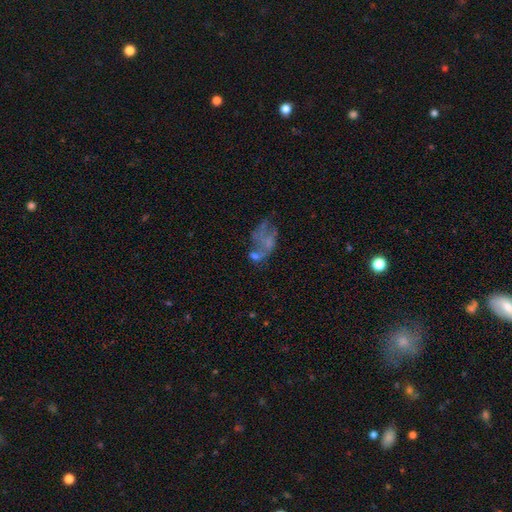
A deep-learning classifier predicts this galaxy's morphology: Smooth or featured? featured or disk (49%)
Merging? none (39%)